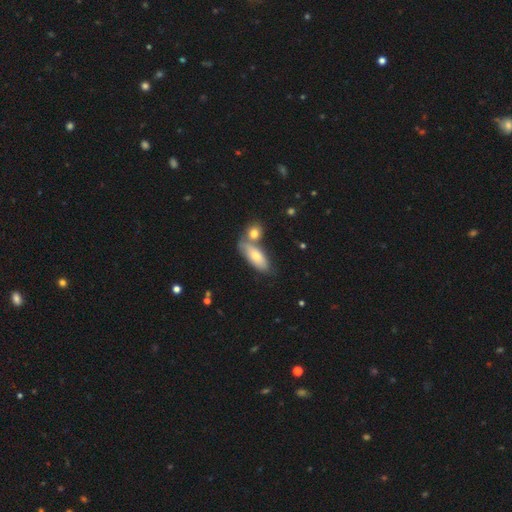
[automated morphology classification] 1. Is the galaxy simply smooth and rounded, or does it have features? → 66% smooth, 26% featured or disk, 8% star or artifact.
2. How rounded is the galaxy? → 72% in between, 24% cigar-shaped, 4% round.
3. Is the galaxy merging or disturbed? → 54% none, 29% merger, 13% minor disturbance, 4% major disturbance.